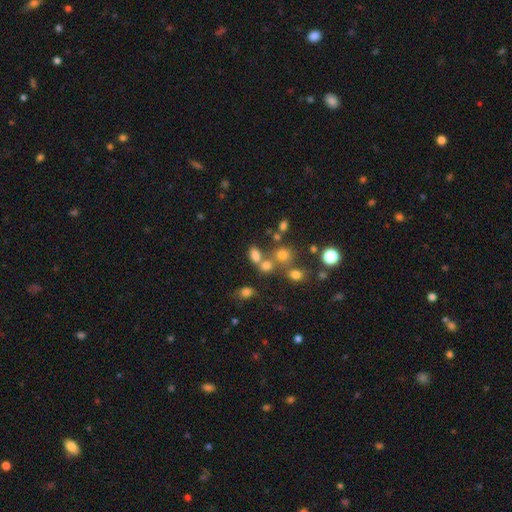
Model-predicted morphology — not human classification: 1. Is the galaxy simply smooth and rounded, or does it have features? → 70% smooth, 18% star or artifact, 12% featured or disk.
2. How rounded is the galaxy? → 72% in between, 26% round, 3% cigar-shaped.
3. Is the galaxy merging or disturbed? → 48% none, 34% merger, 12% minor disturbance, 7% major disturbance.